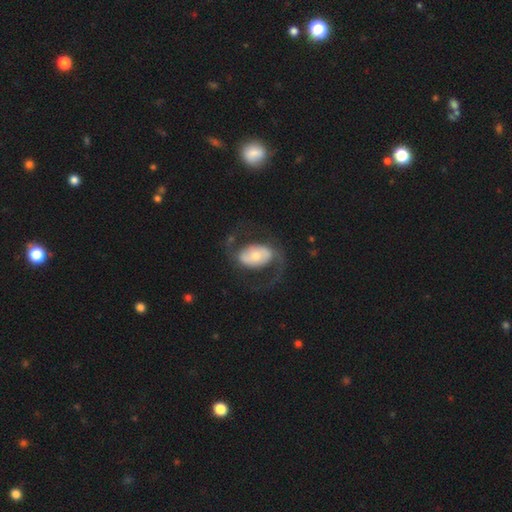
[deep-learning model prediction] This appears to be a featured or disk galaxy (74%) with no bar (48%), 2 (89%) loose (44%, tied with medium) spiral arms (86%) and a moderate central bulge (44%). Merging: none (63%).